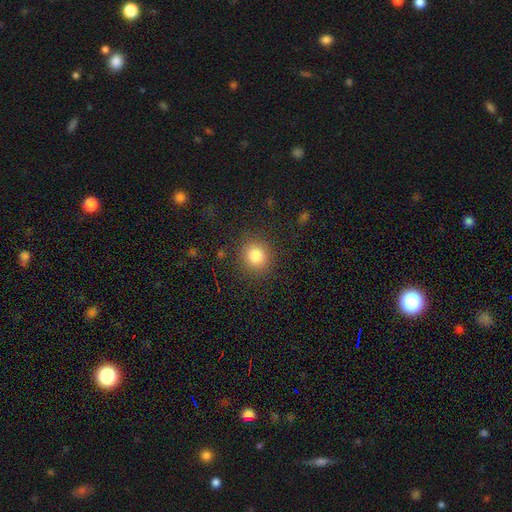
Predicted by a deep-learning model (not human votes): Smooth or featured?
  - smooth: 84% *
  - star or artifact: 11%
  - featured or disk: 5%
How rounded?
  - round: 87% *
  - in between: 12%
  - cigar-shaped: 1%
Merging?
  - none: 88% *
  - minor disturbance: 8%
  - major disturbance: 3%
  - merger: 1%